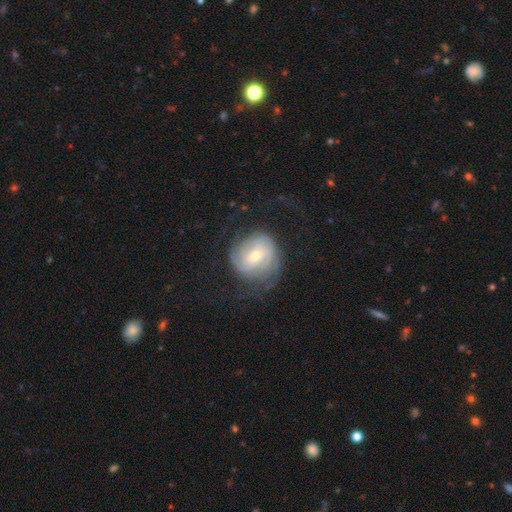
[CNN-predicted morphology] A featured or disk galaxy (79%) with no bar (54%), 2 (35%) tight (56%) spiral arms (92%) and a small central bulge (55%). Merging: none (60%).